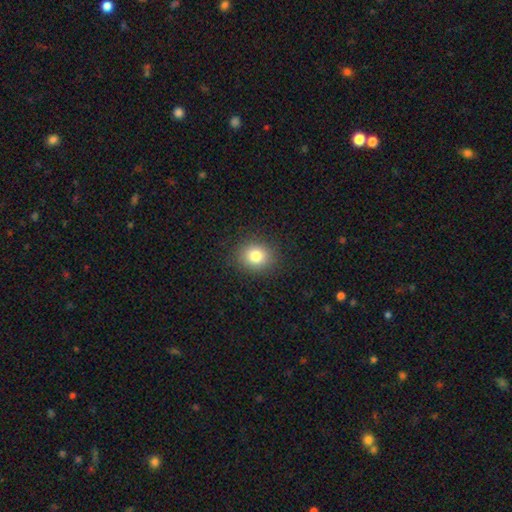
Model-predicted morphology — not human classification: Overall: smooth (82%). How rounded: round (69%; in between 30%). Merging: none (89%).